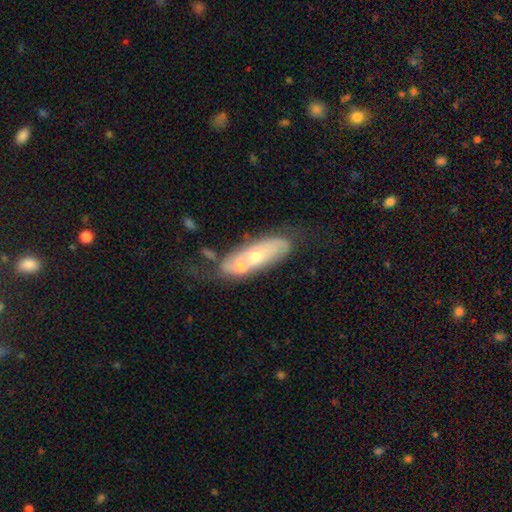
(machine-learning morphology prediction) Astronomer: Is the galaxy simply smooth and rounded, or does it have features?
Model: featured or disk — 51% (runner-up: smooth, 43%).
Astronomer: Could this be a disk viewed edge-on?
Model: no — 83%.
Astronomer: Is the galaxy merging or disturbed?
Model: merger — 48% (runner-up: none, 27%).